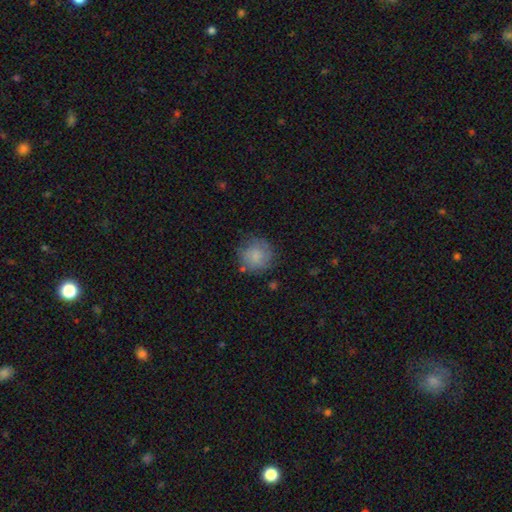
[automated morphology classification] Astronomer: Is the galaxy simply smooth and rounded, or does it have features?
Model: smooth — 75%.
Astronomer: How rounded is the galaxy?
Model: round — 89%.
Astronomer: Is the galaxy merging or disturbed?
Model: none — 72%.